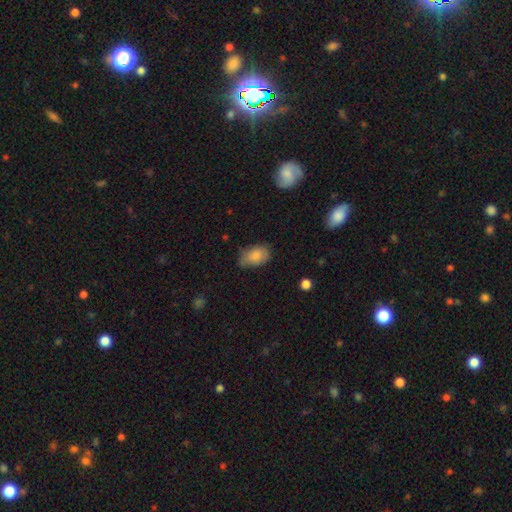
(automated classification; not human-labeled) The model was most divided on "merging": none: 56%, minor disturbance: 34%, major disturbance: 8%, merger: 2%. More confident: how rounded — in between (87%); smooth or featured — smooth (83%).